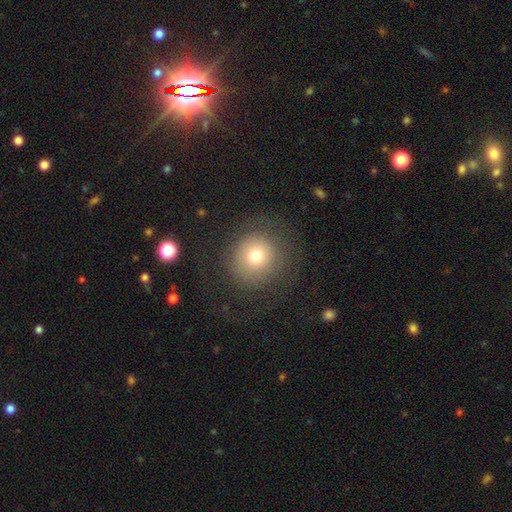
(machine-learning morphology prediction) Smooth or featured? smooth (71%)
How rounded? round (91%)
Merging? none (76%)